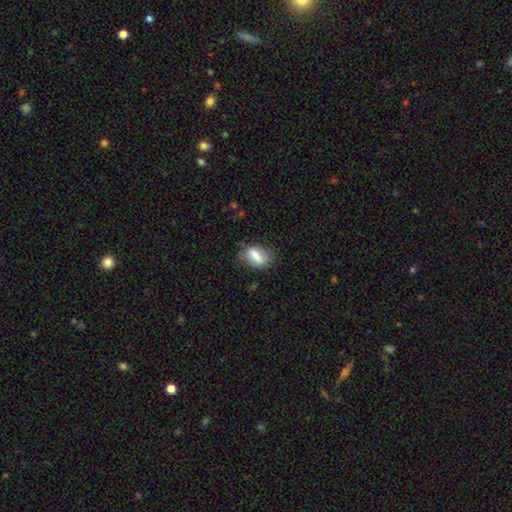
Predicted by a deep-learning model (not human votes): Smooth or featured? Predicted: smooth (p=0.65). How rounded? Predicted: in between (p=0.80). Merging? Predicted: none (p=0.68).